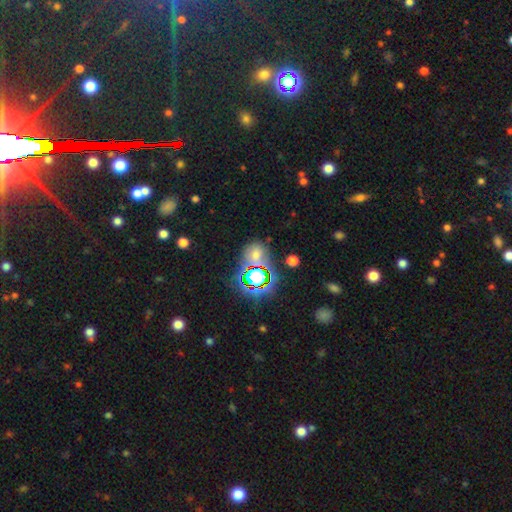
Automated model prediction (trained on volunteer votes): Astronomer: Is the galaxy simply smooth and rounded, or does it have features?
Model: star or artifact — 52% (runner-up: smooth, 37%).